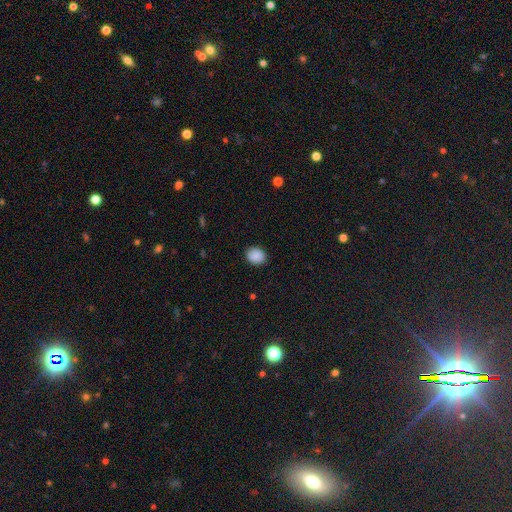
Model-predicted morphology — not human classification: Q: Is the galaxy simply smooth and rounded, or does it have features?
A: smooth — 89%.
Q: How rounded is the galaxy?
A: round — 54%.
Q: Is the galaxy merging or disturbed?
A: none — 86%.